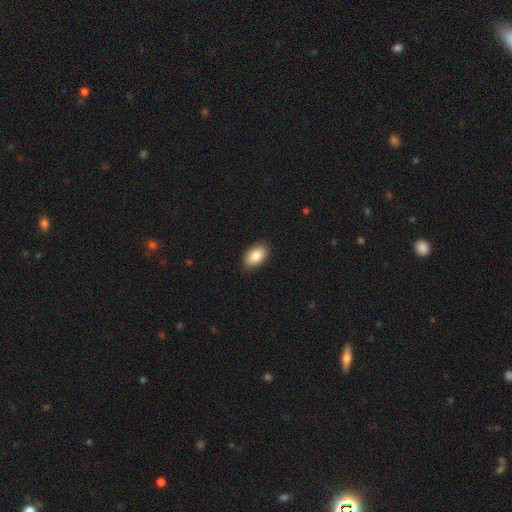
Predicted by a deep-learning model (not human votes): Q: Smooth or featured?
A: smooth (86%); runner-up: featured or disk (7%)
Q: How rounded?
A: in between (93%); runner-up: round (5%)
Q: Merging?
A: none (88%); runner-up: minor disturbance (9%)